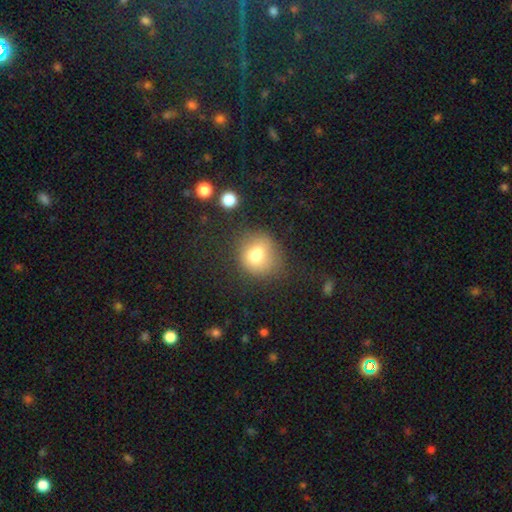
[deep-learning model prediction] Overall: smooth (72%). How rounded: round (75%). Merging: none (51%; merger 20%).